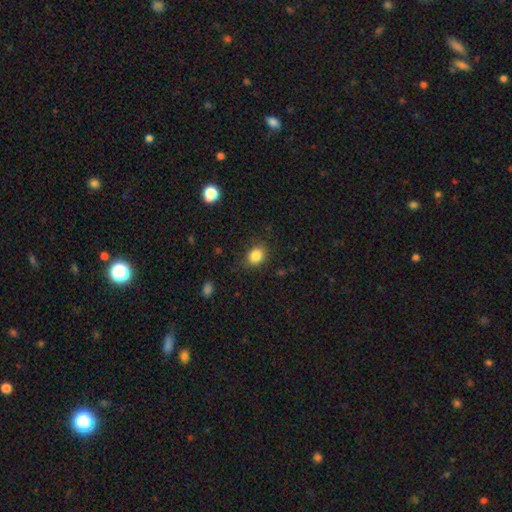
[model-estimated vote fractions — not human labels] Overall: smooth (85%). How rounded: in between (50%; round 49%). Merging: none (79%).